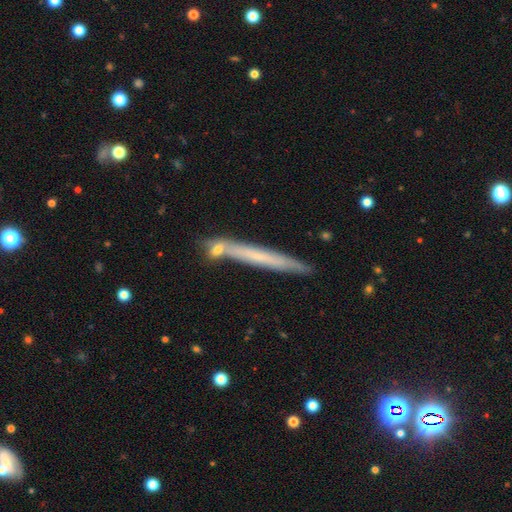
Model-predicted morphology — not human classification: A smooth galaxy with no disk features (48%).

Vote fractions:
- Smooth or featured? smooth: 48% / featured or disk: 44% / star or artifact: 8%
- Merging? none: 81% / minor disturbance: 11% / merger: 6% / major disturbance: 2%